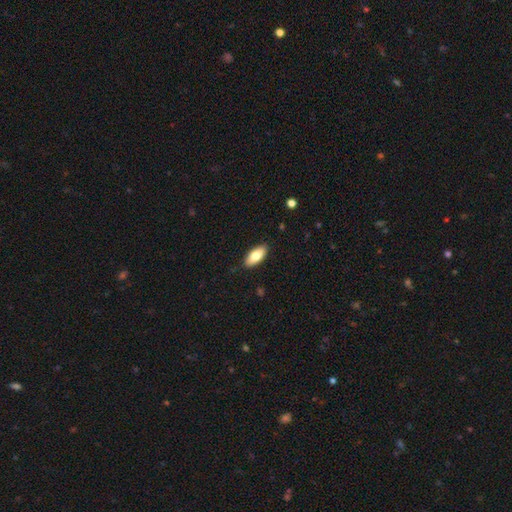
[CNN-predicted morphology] This is likely a smooth galaxy (77%). How rounded: clearly in between (87%). Merging: clearly none (89%).